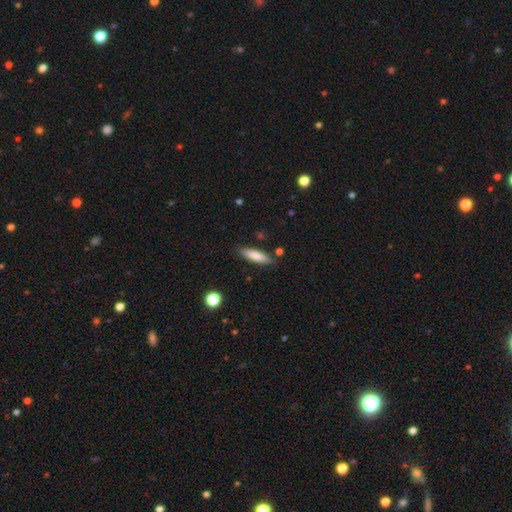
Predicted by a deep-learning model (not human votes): Smooth or featured? Predicted: smooth (p=0.81). How rounded? Predicted: cigar-shaped (p=0.69). Merging? Predicted: none (p=0.84).